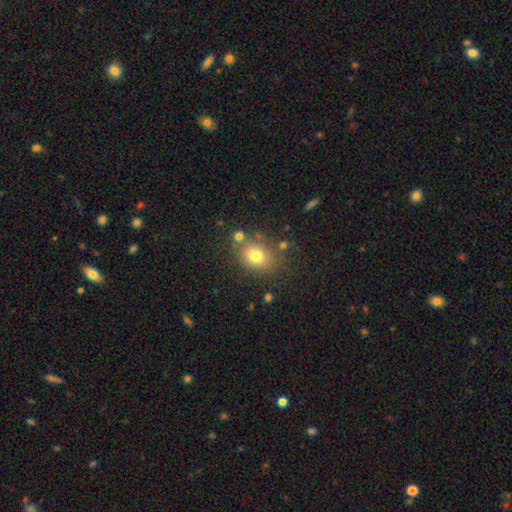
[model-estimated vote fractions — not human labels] This appears to be a smooth galaxy with no disk features (75%) that is in between round and cigar-shaped (56%). Merging: none (72%).